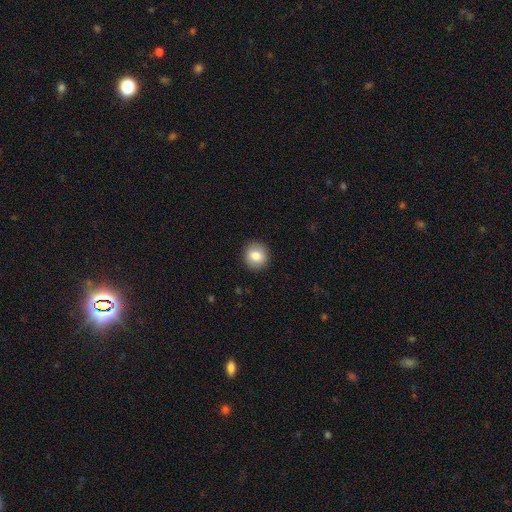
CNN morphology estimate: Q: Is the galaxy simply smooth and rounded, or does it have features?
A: smooth — 82%.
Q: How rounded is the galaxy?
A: round — 89%.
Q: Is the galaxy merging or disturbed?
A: none — 91%.